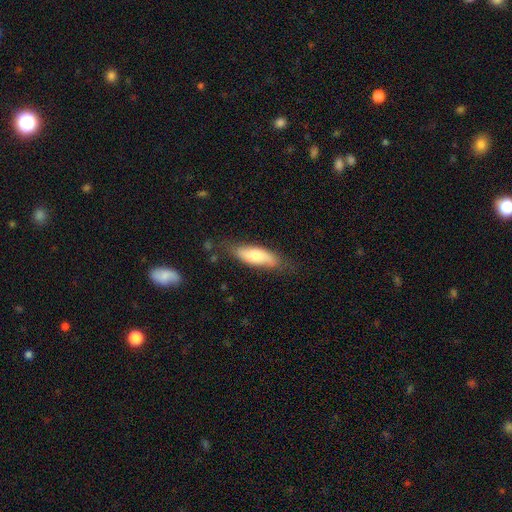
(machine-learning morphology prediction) The model was most divided on "how rounded": in between: 63%, cigar-shaped: 35%, round: 2%. More confident: merging — none (70%); smooth or featured — smooth (67%).